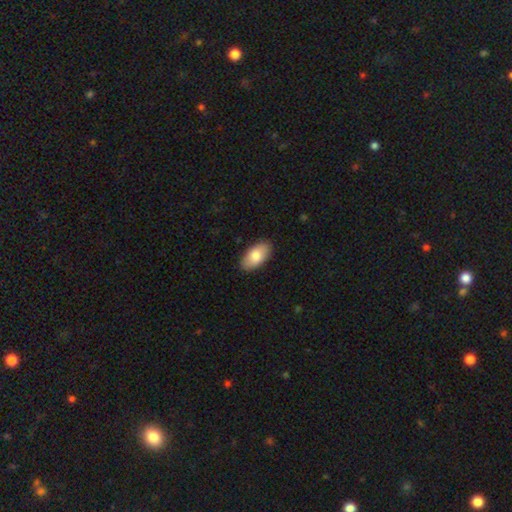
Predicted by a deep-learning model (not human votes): smooth 80%, featured or disk 14%, star or artifact 6%. Down the decision tree: how rounded — in between (94%); merging — none (89%).